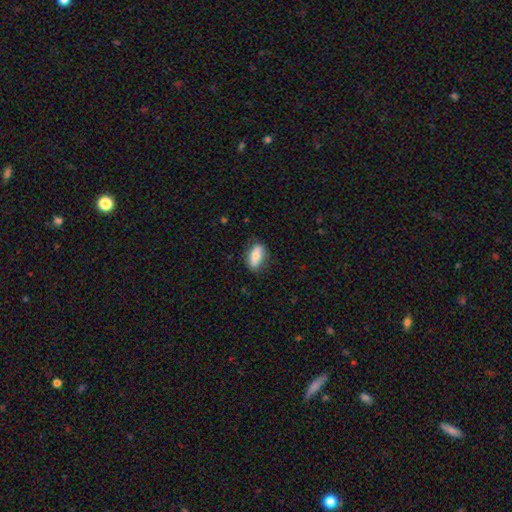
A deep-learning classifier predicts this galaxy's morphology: smooth_or_featured: smooth (p=0.75) [alt: featured or disk p=0.19]
how_rounded: in between (p=0.82) [alt: cigar-shaped p=0.13]
merging: none (p=0.76) [alt: minor disturbance p=0.18]